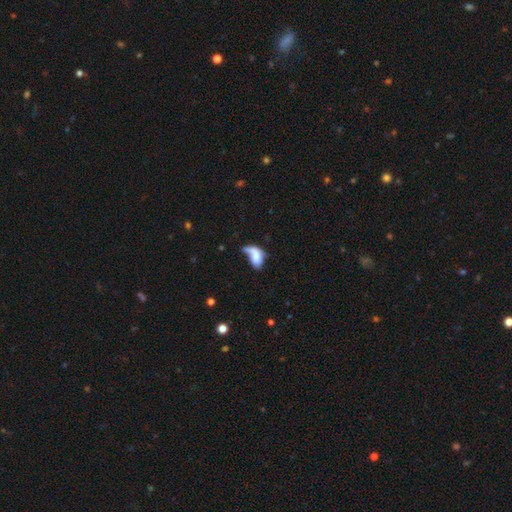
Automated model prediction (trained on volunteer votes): smooth 61%, featured or disk 30%, star or artifact 9%. Down the decision tree: how rounded — in between (85%); merging — major disturbance (38%).